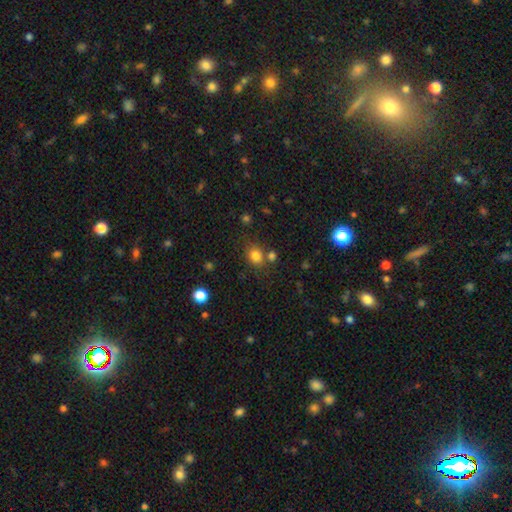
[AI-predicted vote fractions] Smooth or featured: smooth — 81% (star or artifact — 13%)
How rounded: round — 63% (in between — 36%)
Merging: none — 67% (merger — 16%)